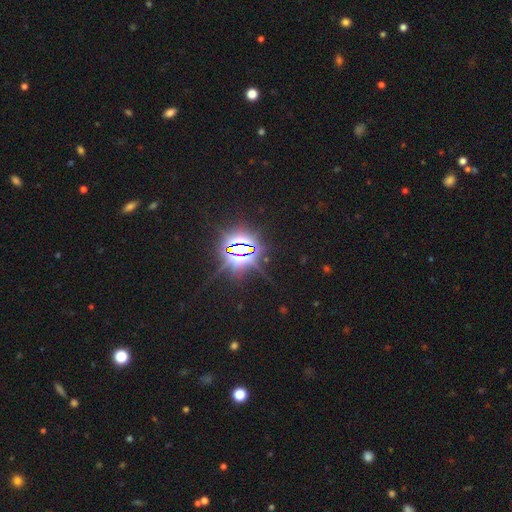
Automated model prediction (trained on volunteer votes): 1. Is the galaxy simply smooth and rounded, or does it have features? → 85% star or artifact, 9% smooth, 6% featured or disk.